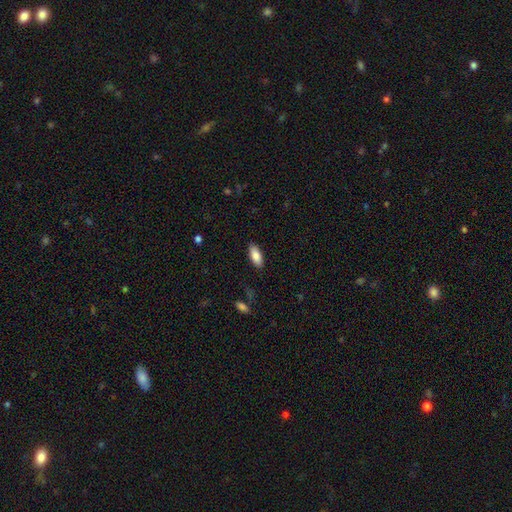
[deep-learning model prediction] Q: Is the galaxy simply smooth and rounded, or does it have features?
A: smooth — 85%.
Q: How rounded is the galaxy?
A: in between — 85%.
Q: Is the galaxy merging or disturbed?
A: none — 88%.